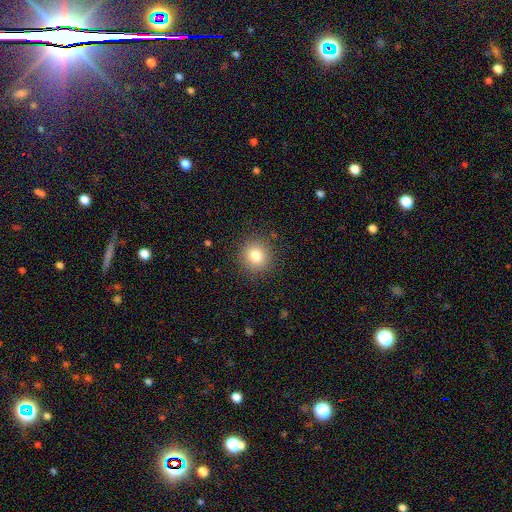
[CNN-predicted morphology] This is clearly a smooth galaxy (80%). How rounded: clearly round (92%). Merging: clearly none (90%).